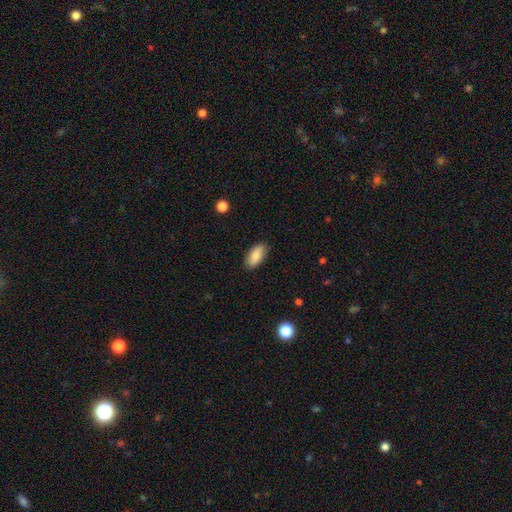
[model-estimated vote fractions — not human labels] Smooth or featured? smooth (83%)
How rounded? in between (90%)
Merging? none (86%)